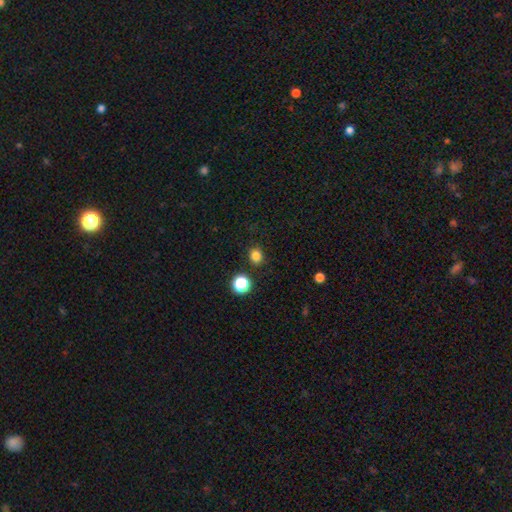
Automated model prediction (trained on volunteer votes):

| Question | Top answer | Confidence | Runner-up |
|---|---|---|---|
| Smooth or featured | smooth | 82% | star or artifact (14%) |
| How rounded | round | 76% | in between (23%) |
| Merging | none | 88% | minor disturbance (7%) |